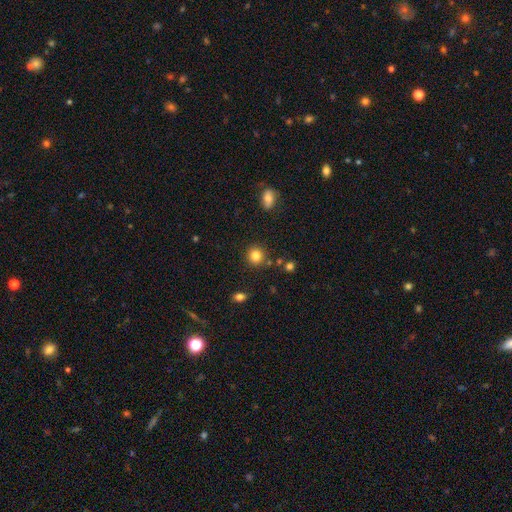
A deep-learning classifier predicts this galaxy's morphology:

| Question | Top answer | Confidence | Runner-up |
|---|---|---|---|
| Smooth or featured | smooth | 83% | star or artifact (11%) |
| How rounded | round | 91% | in between (8%) |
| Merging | none | 87% | minor disturbance (7%) |